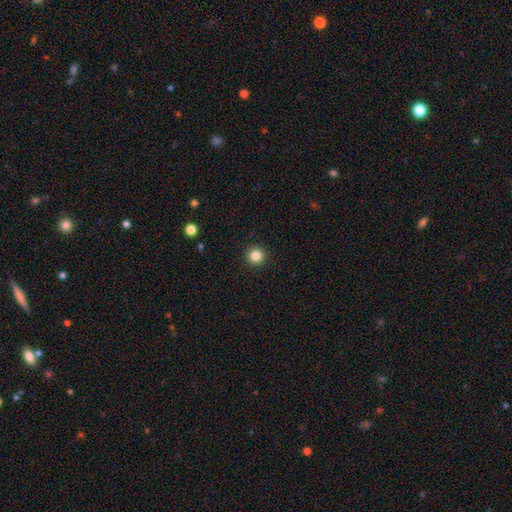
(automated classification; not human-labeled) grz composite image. It shows a smooth galaxy with no disk features (84%) that is round (96%). Merging: none (93%).